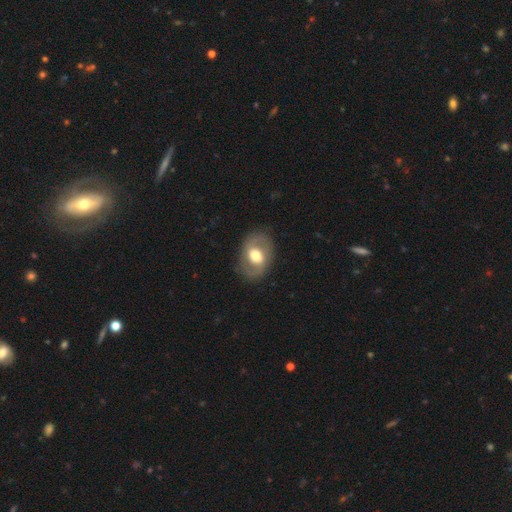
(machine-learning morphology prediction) Q: Smooth or featured?
A: featured or disk (57%); runner-up: smooth (37%)
Q: Edge-on disk?
A: no (95%); runner-up: yes (5%)
Q: Bar?
A: no (43%); runner-up: weak (39%)
Q: Spiral arms?
A: yes (61%); runner-up: no (39%)
Q: Bulge size?
A: moderate (59%); runner-up: large (31%)
Q: Merging?
A: none (81%); runner-up: minor disturbance (13%)